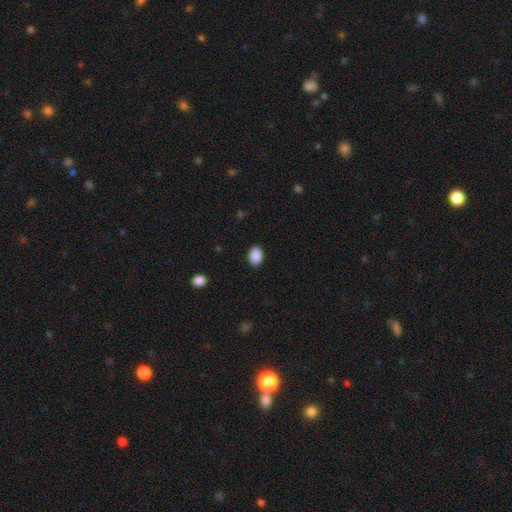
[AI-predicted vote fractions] The model was most divided on "how rounded": in between: 85%, round: 14%, cigar-shaped: 1%. More confident: smooth or featured — smooth (90%); merging — none (88%).